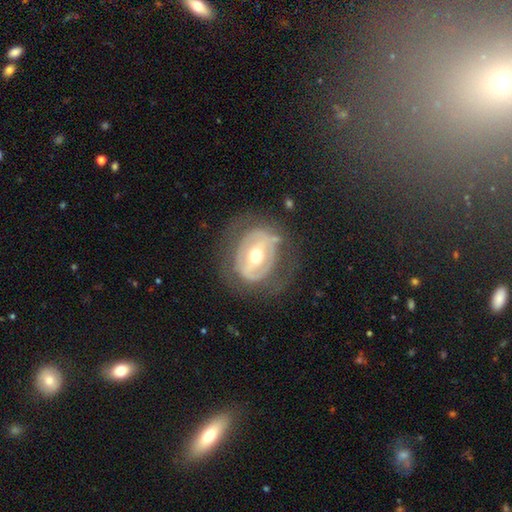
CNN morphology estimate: Smooth or featured? Predicted: featured or disk (p=0.75). Edge-on disk? Predicted: no (p=0.95). Bar? Predicted: strong (p=0.45). Spiral arms? Predicted: no (p=0.60). Bulge size? Predicted: moderate (p=0.74). Merging? Predicted: none (p=0.67).